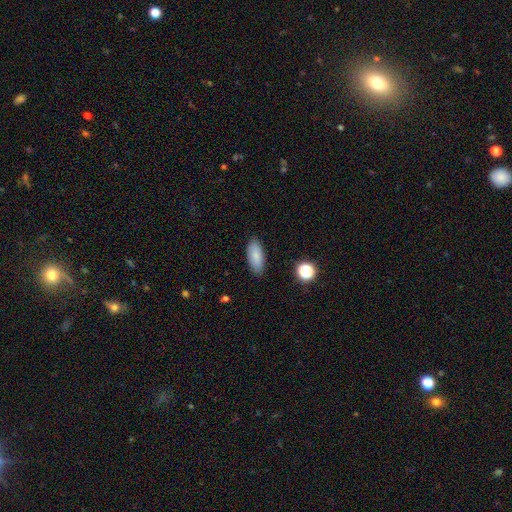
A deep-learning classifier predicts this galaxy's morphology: smooth 84%, star or artifact 8%, featured or disk 8%. Down the decision tree: how rounded — in between (81%); merging — none (87%).